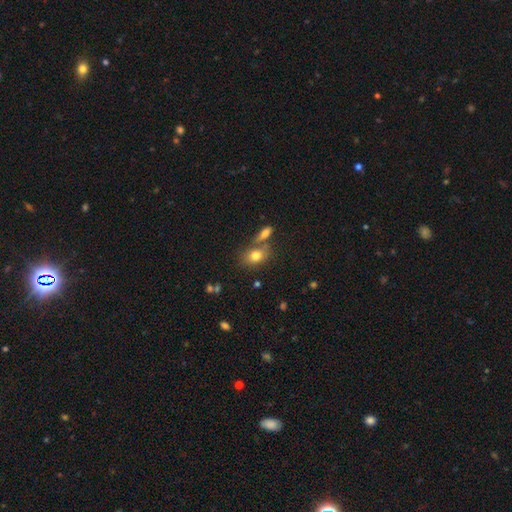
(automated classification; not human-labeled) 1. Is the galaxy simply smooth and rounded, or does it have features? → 77% smooth, 13% featured or disk, 10% star or artifact.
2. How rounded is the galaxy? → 70% in between, 28% round, 3% cigar-shaped.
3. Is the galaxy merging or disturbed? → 56% none, 27% merger, 13% minor disturbance, 5% major disturbance.